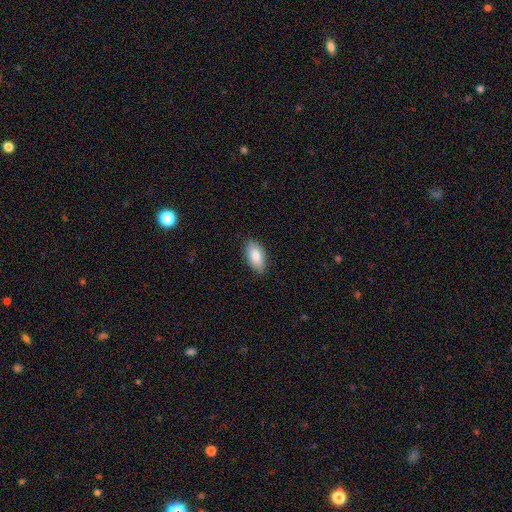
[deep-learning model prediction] This appears to be a smooth galaxy with no disk features (83%) that is in between round and cigar-shaped (92%). Merging: none (85%).